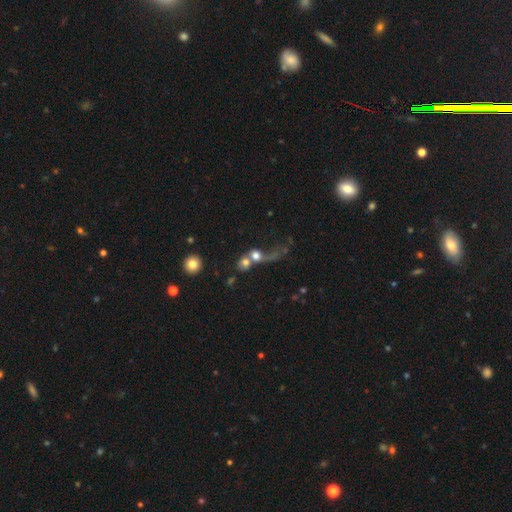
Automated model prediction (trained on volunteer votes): A smooth galaxy with no disk features (62%) that is round (74%).

Vote fractions:
- Smooth or featured? smooth: 62% / featured or disk: 25% / star or artifact: 13%
- How rounded? round: 74% / in between: 22% / cigar-shaped: 3%
- Merging? merger: 55% / major disturbance: 20% / none: 18% / minor disturbance: 7%